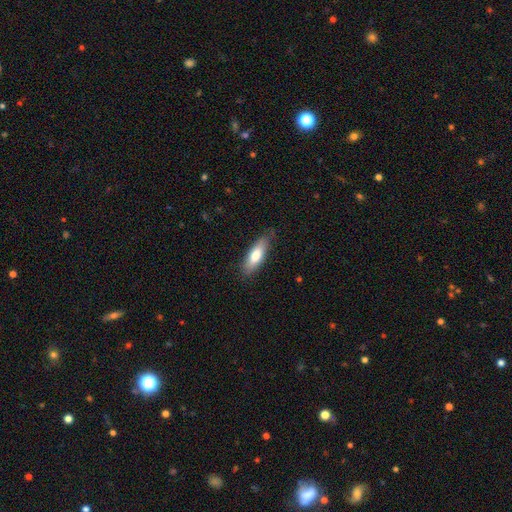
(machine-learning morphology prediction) Overall: smooth (76%). How rounded: in between (55%; cigar-shaped 44%). Merging: none (80%).